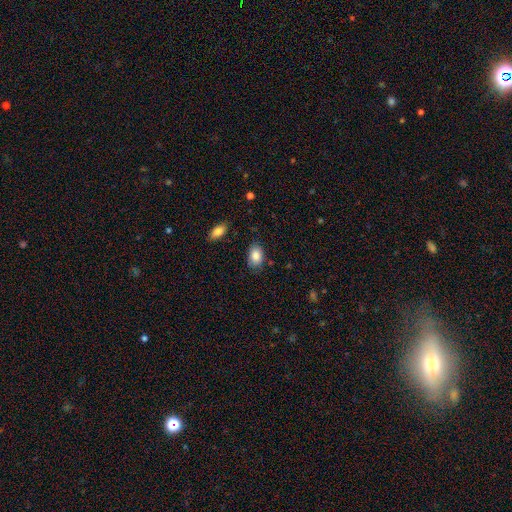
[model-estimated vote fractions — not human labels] Smooth or featured: smooth — 85% (featured or disk — 8%)
How rounded: in between — 86% (round — 13%)
Merging: none — 79% (minor disturbance — 16%)